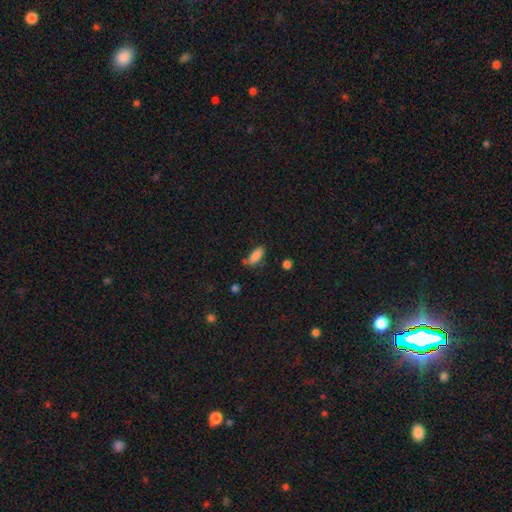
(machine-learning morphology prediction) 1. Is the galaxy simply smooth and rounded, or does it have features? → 82% smooth, 10% featured or disk, 8% star or artifact.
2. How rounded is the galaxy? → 81% in between, 16% cigar-shaped, 3% round.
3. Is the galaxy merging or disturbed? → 52% none, 30% minor disturbance, 11% major disturbance, 8% merger.